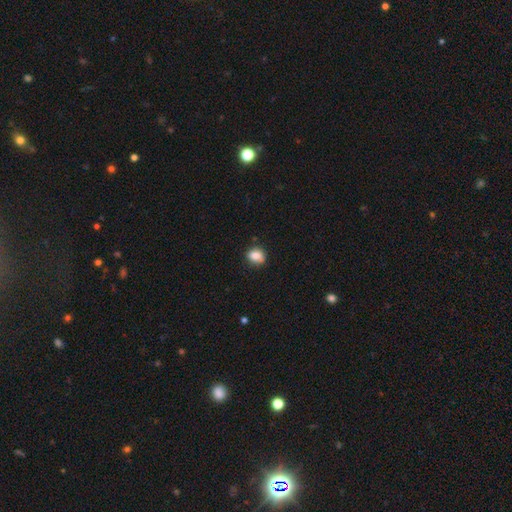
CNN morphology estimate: Smooth or featured? Predicted: smooth (p=0.84). How rounded? Predicted: round (p=0.55). Merging? Predicted: none (p=0.75).